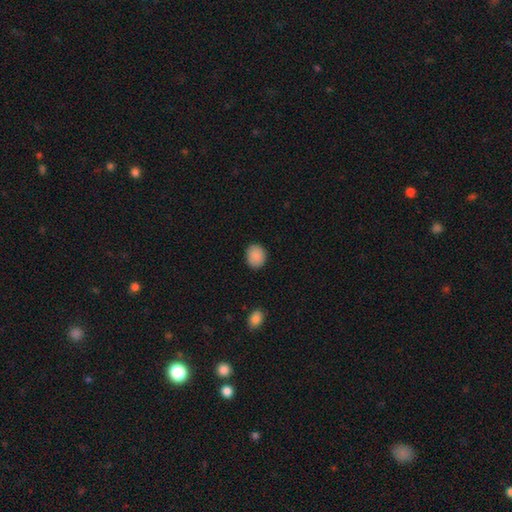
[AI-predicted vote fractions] The model was most divided on "how rounded": round: 72%, in between: 28%, cigar-shaped: 1%. More confident: merging — none (89%); smooth or featured — smooth (89%).